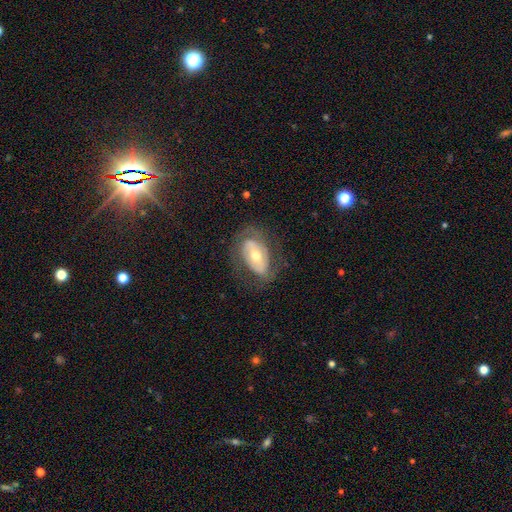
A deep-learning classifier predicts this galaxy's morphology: Q: Smooth or featured?
A: featured or disk (65%); runner-up: smooth (29%)
Q: Edge-on disk?
A: no (92%); runner-up: yes (8%)
Q: Bar?
A: no (50%); runner-up: weak (28%)
Q: Spiral arms?
A: yes (58%); runner-up: no (42%)
Q: Bulge size?
A: moderate (65%); runner-up: small (28%)
Q: Merging?
A: none (66%); runner-up: minor disturbance (19%)